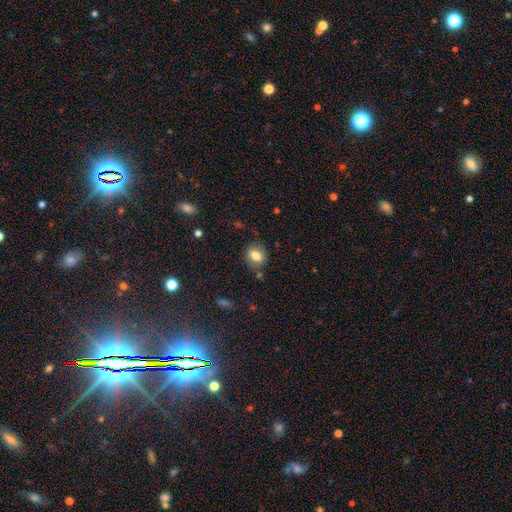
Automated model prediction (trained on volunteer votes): A smooth galaxy with no disk features (78%) that is round (52%).

Vote fractions:
- Smooth or featured? smooth: 78% / featured or disk: 12% / star or artifact: 10%
- How rounded? round: 52% / in between: 47% / cigar-shaped: 1%
- Merging? none: 78% / minor disturbance: 14% / major disturbance: 4% / merger: 4%